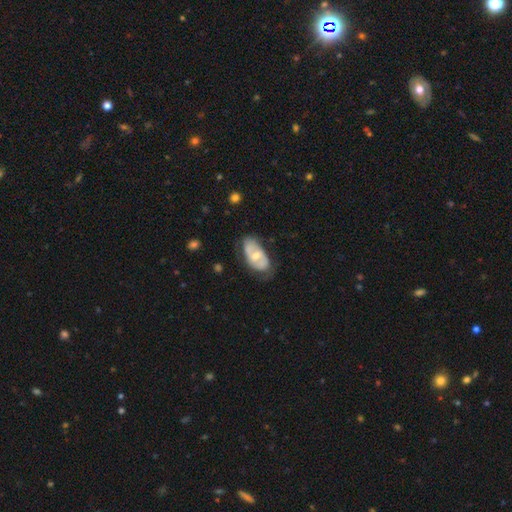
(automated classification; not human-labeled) smooth-or-featured: featured or disk: 55% | smooth: 39% | star or artifact: 6%
  disk-edge-on: no: 93% | yes: 7%
    bar: no: 54% | weak: 35% | strong: 11%
    has-spiral-arms: yes: 59% | no: 41%
    bulge-size: moderate: 59% | small: 34% | large: 4% | none: 2% | dominant: 1%
  merging: none: 57% | minor disturbance: 29% | major disturbance: 11% | merger: 2%